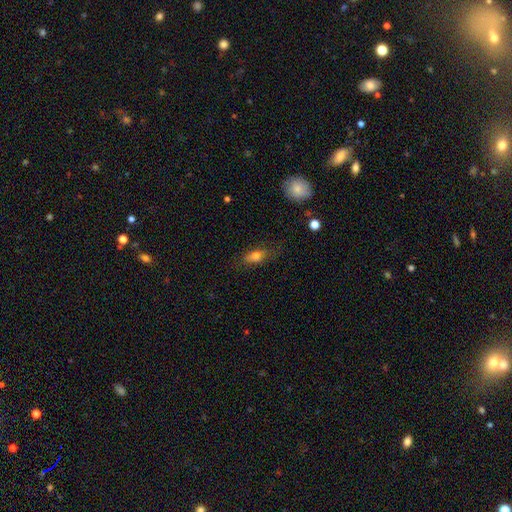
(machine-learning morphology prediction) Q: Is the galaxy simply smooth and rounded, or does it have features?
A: smooth — 73%.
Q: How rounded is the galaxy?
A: in between — 77%.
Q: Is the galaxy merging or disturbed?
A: none — 67%.